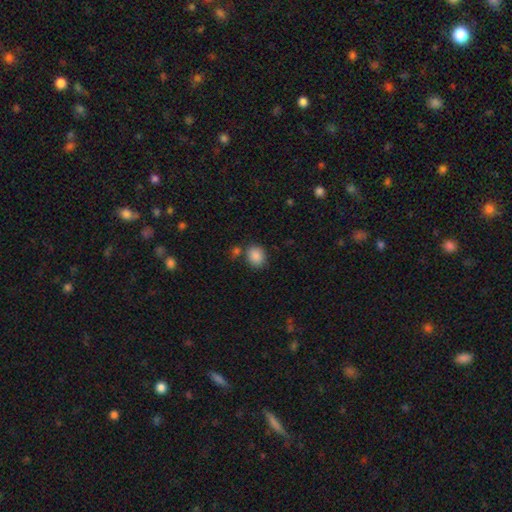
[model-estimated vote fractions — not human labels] smooth_or_featured: smooth (p=0.87) [alt: star or artifact p=0.09]
how_rounded: round (p=0.60) [alt: in between p=0.39]
merging: none (p=0.75) [alt: minor disturbance p=0.12]